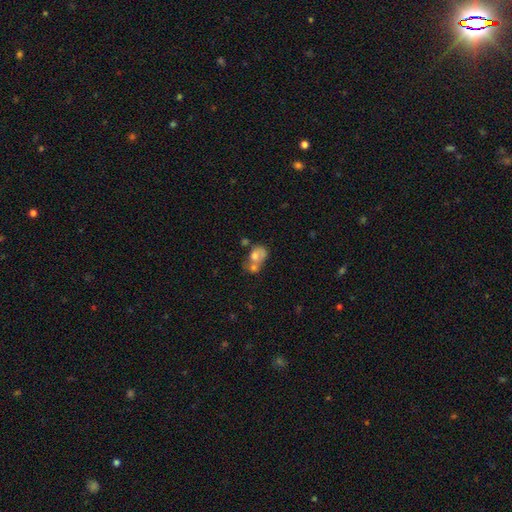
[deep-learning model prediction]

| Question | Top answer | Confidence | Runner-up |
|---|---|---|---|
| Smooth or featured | smooth | 64% | featured or disk (26%) |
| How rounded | in between | 56% | round (43%) |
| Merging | merger | 65% | none (17%) |